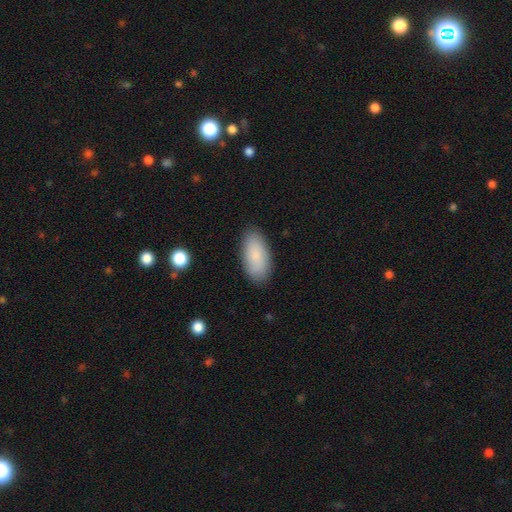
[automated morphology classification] smooth-or-featured: smooth: 86% | featured or disk: 8% | star or artifact: 6%
  how-rounded: in between: 93% | cigar-shaped: 5% | round: 2%
  merging: none: 86% | minor disturbance: 10% | major disturbance: 2% | merger: 1%